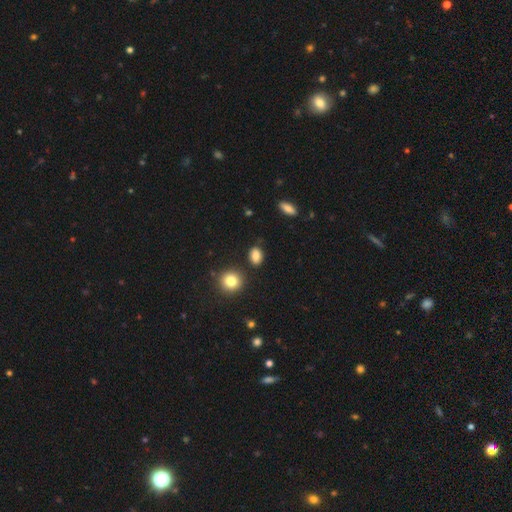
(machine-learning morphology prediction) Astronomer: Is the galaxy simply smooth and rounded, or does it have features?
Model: smooth — 85%.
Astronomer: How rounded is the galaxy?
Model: in between — 73%.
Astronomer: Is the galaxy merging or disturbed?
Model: none — 82%.